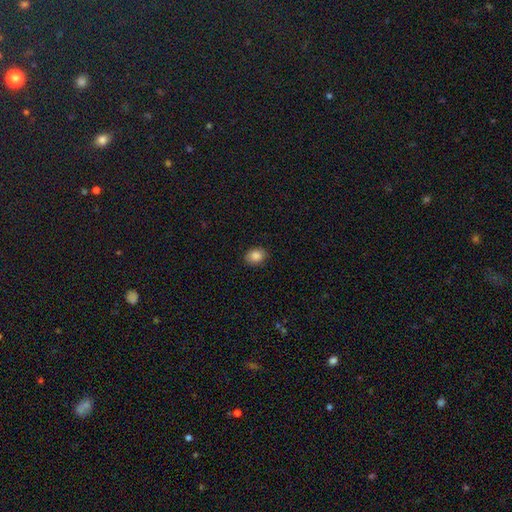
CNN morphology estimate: smooth-or-featured: smooth: 86% | star or artifact: 9% | featured or disk: 5%
  how-rounded: in between: 51% | round: 48% | cigar-shaped: 1%
  merging: none: 86% | minor disturbance: 10% | major disturbance: 2% | merger: 1%